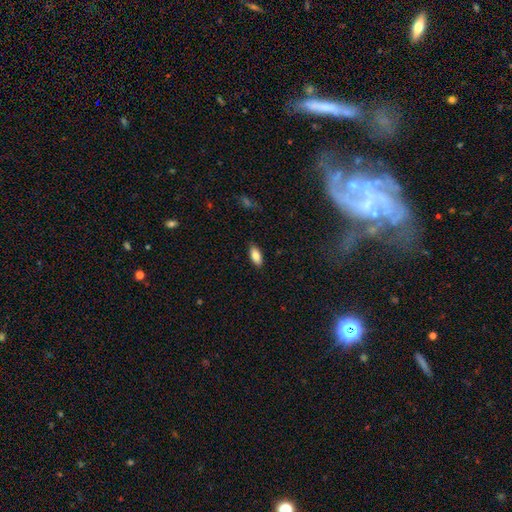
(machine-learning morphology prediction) Smooth or featured?
  - smooth: 83% *
  - featured or disk: 10%
  - star or artifact: 7%
How rounded?
  - in between: 89% *
  - cigar-shaped: 8%
  - round: 2%
Merging?
  - none: 87% *
  - minor disturbance: 10%
  - major disturbance: 2%
  - merger: 1%